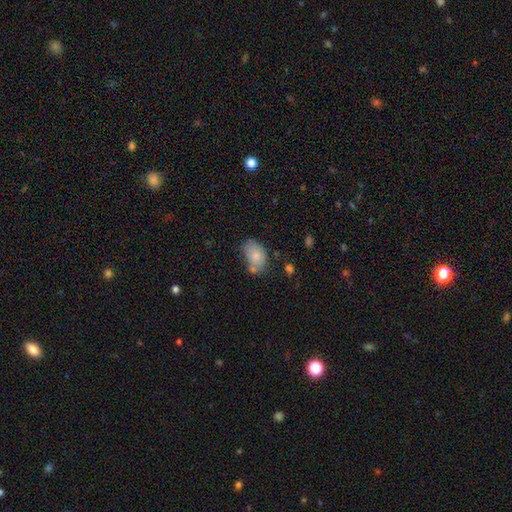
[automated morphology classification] smooth-or-featured: smooth: 74% | featured or disk: 18% | star or artifact: 8%
  how-rounded: in between: 85% | round: 14% | cigar-shaped: 1%
  merging: none: 60% | minor disturbance: 23% | merger: 11% | major disturbance: 6%